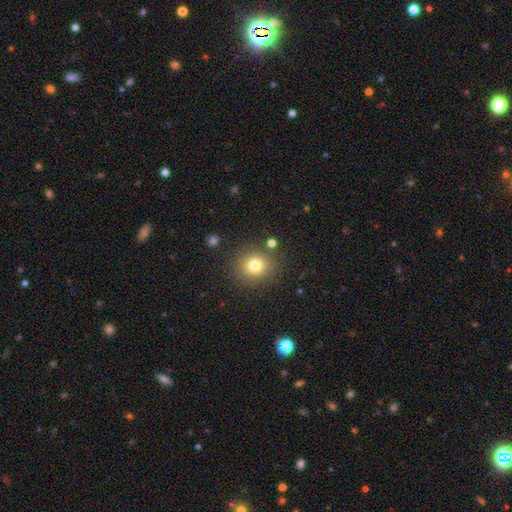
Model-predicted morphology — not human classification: Smooth or featured? smooth (68%)
How rounded? round (89%)
Merging? none (88%)